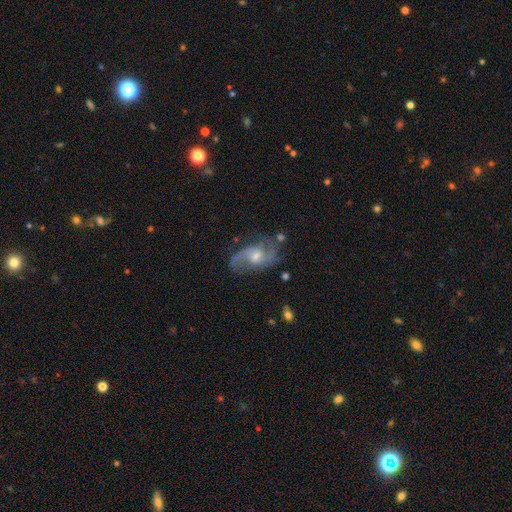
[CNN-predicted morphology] type=featured or disk (84%); edge-on=no (96%); bar=no (49%); spiral arms=yes (95%); winding=medium (47%); arm count=2 (84%); bulge=moderate (55%); merging=none (71%).